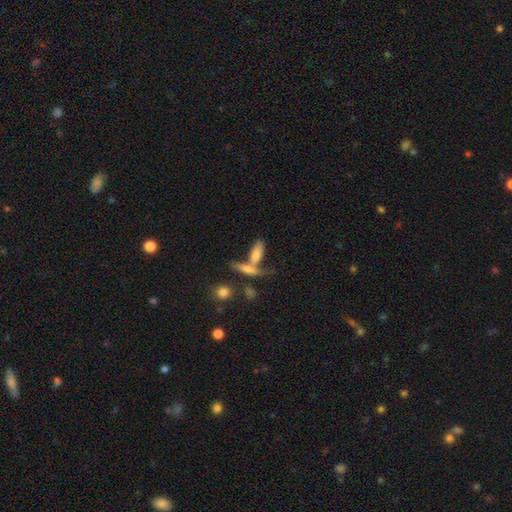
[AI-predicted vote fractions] Smooth or featured?
  - smooth: 59% *
  - featured or disk: 29%
  - star or artifact: 12%
How rounded?
  - in between: 52% *
  - cigar-shaped: 43%
  - round: 5%
Merging?
  - merger: 42% *
  - none: 39%
  - minor disturbance: 12%
  - major disturbance: 8%